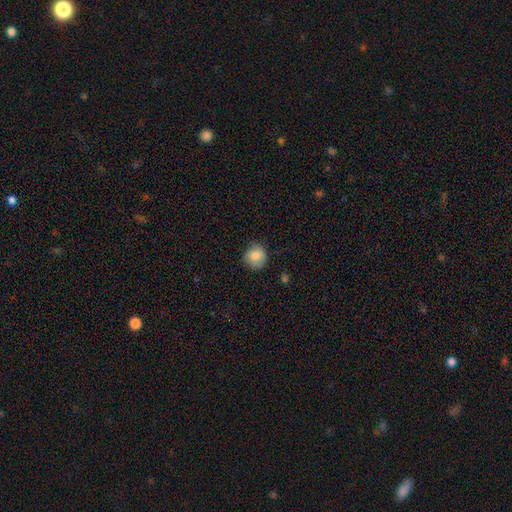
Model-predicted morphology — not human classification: Smooth or featured?
  - smooth: 85% *
  - star or artifact: 8%
  - featured or disk: 7%
How rounded?
  - round: 87% *
  - in between: 12%
  - cigar-shaped: 1%
Merging?
  - none: 78% *
  - minor disturbance: 17%
  - major disturbance: 3%
  - merger: 1%